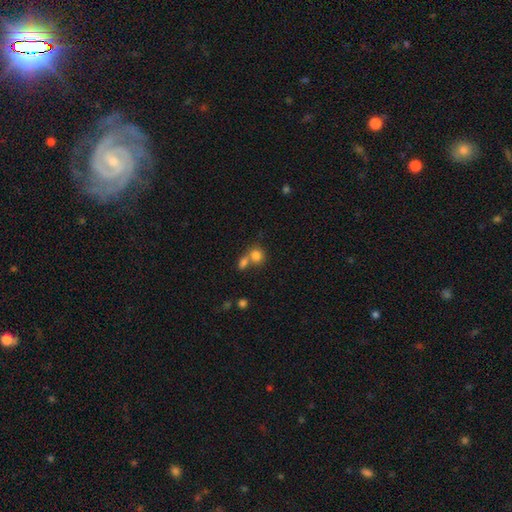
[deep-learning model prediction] Smooth or featured? smooth (81%)
How rounded? round (72%)
Merging? merger (51%)